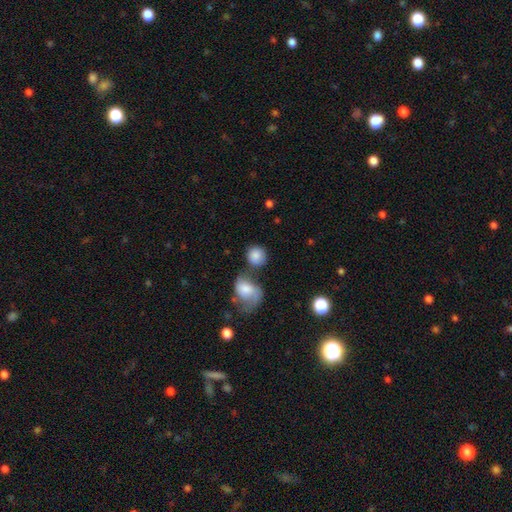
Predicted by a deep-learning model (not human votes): Morphology: type=smooth (82%); roundness=round (84%); merging=none (56%).